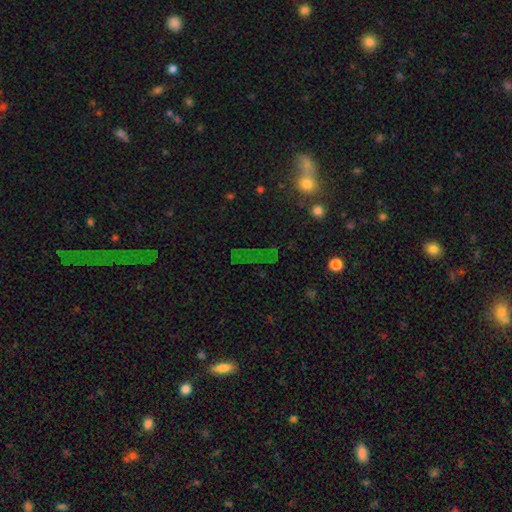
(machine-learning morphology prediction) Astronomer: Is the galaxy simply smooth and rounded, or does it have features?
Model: star or artifact — 52% (runner-up: smooth, 30%).